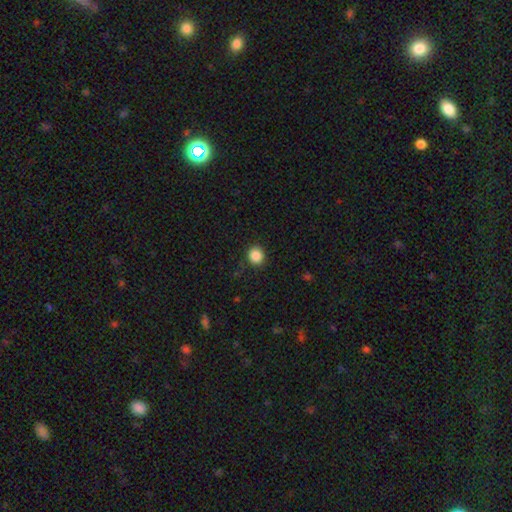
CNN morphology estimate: Smooth or featured: smooth — 86% (star or artifact — 10%)
How rounded: round — 84% (in between — 15%)
Merging: none — 90% (minor disturbance — 7%)